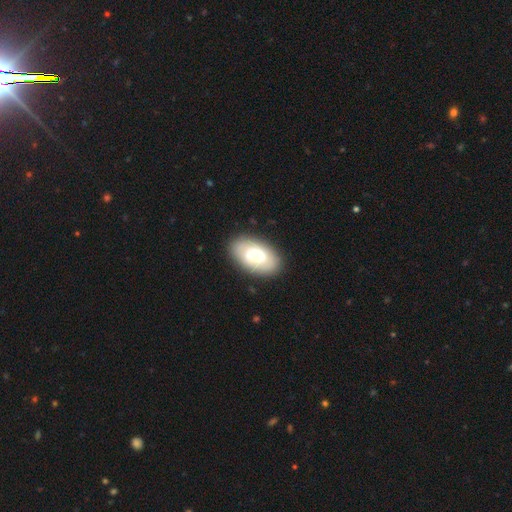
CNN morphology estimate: Smooth or featured?
  - smooth: 62% *
  - featured or disk: 32%
  - star or artifact: 6%
How rounded?
  - in between: 94% *
  - round: 4%
  - cigar-shaped: 2%
Merging?
  - none: 84% *
  - minor disturbance: 11%
  - major disturbance: 3%
  - merger: 2%